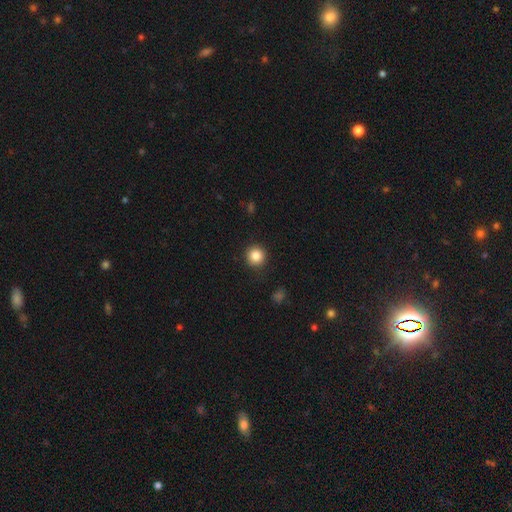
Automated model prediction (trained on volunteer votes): Smooth or featured: smooth — 85% (star or artifact — 10%)
How rounded: round — 94% (in between — 5%)
Merging: none — 90% (minor disturbance — 7%)